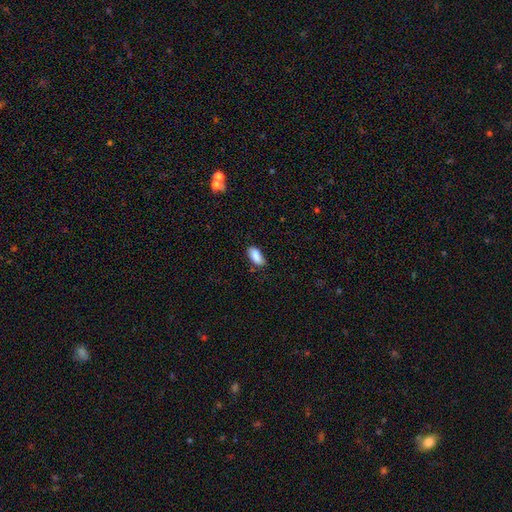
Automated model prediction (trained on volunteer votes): Morphology: type=smooth (87%); roundness=in between (88%); merging=none (70%).